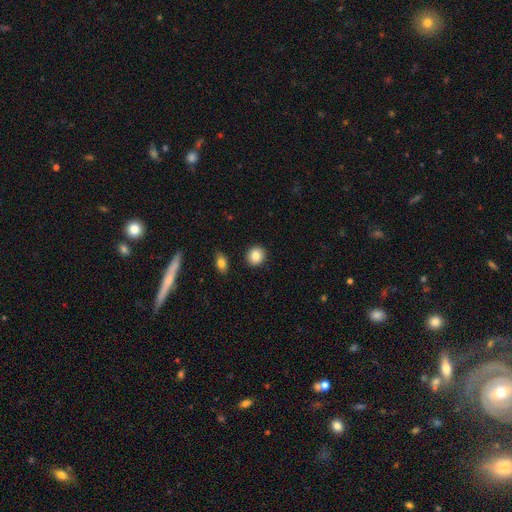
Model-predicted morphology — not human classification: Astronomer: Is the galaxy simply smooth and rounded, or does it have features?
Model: smooth — 85%.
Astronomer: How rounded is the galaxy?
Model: round — 81%.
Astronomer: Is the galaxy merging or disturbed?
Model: none — 90%.